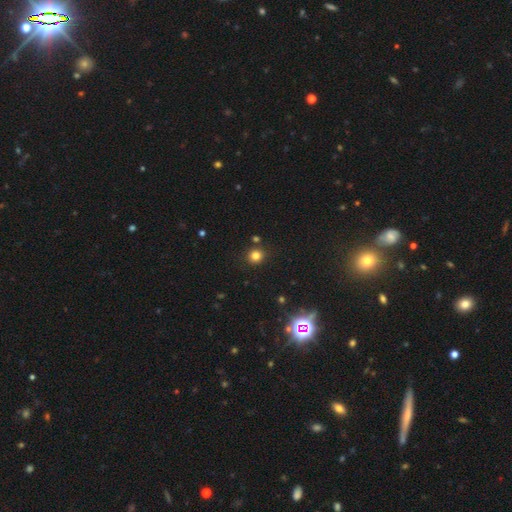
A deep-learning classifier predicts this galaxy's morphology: A smooth galaxy with no disk features (79%) that is round (89%).

Vote fractions:
- Smooth or featured? smooth: 79% / star or artifact: 15% / featured or disk: 5%
- How rounded? round: 89% / in between: 11% / cigar-shaped: 1%
- Merging? none: 85% / minor disturbance: 8% / merger: 5% / major disturbance: 3%